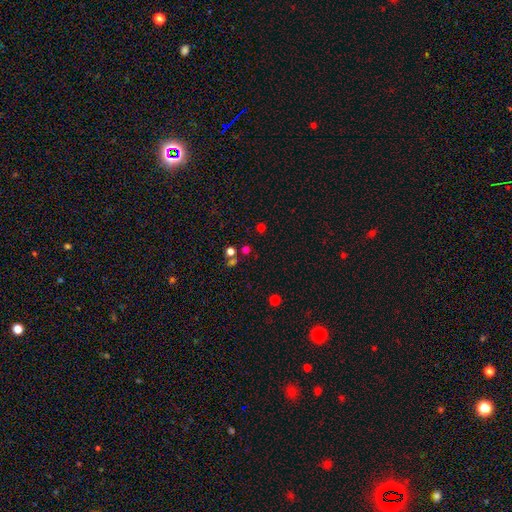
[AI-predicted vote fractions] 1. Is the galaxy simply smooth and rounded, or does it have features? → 52% smooth, 40% star or artifact, 8% featured or disk.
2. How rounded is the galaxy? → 81% round, 18% in between, 1% cigar-shaped.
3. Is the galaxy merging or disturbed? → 69% none, 17% merger, 9% minor disturbance, 5% major disturbance.